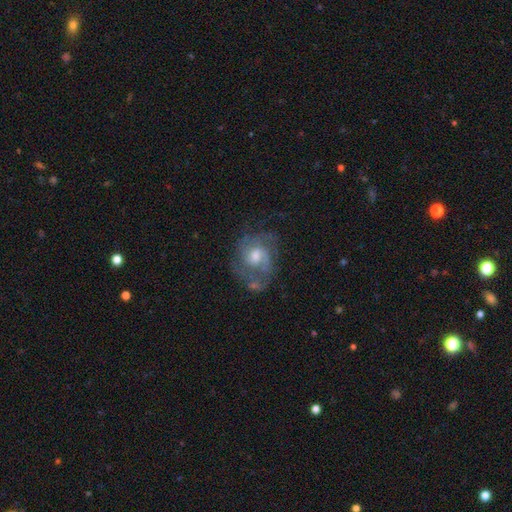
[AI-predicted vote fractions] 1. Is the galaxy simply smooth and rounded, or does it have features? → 75% featured or disk, 17% smooth, 8% star or artifact.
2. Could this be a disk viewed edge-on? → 98% no, 2% yes.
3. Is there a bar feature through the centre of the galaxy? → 63% no, 32% weak, 4% strong.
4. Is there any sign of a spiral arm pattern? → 86% yes, 14% no.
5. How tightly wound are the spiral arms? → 45% medium, 36% tight, 18% loose.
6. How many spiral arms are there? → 33% 2, 31% can't tell, 20% 3, 7% 1, 5% 4, 4% more than 4.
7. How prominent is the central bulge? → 65% moderate, 20% small, 11% large, 3% none, 1% dominant.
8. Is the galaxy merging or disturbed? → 53% none, 22% minor disturbance, 19% major disturbance, 6% merger.